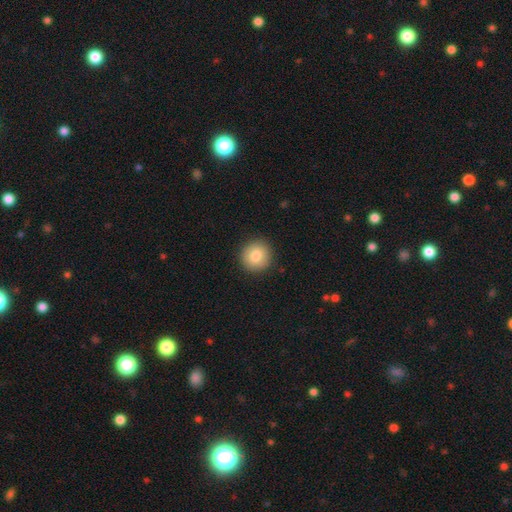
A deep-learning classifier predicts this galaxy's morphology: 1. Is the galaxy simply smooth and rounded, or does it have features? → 83% smooth, 9% featured or disk, 8% star or artifact.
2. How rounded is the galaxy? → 93% round, 6% in between, 1% cigar-shaped.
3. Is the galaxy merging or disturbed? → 91% none, 6% minor disturbance, 2% major disturbance, 1% merger.